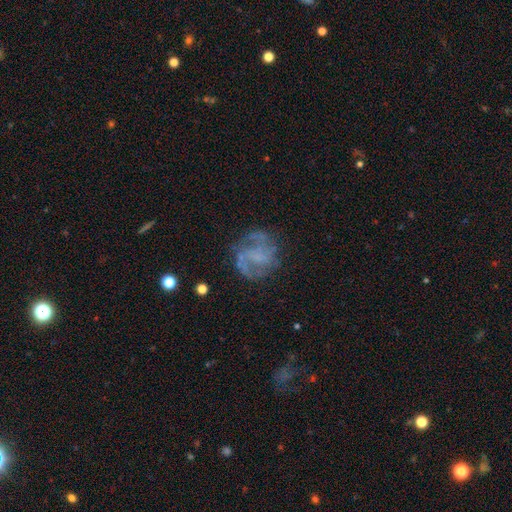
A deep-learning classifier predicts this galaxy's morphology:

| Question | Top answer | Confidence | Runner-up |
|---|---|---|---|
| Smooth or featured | featured or disk | 73% | smooth (16%) |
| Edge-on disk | no | 98% | yes (2%) |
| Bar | no | 50% | weak (38%) |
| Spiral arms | yes | 83% | no (17%) |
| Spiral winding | medium | 46% | loose (28%) |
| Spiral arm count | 2 | 53% | can't tell (22%) |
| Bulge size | none | 61% | small (24%) |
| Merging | none | 67% | minor disturbance (17%) |